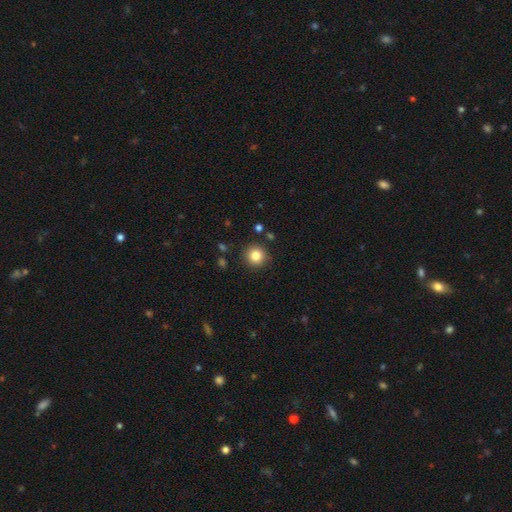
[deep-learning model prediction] Morphology: type=smooth (83%); roundness=round (95%); merging=none (90%).